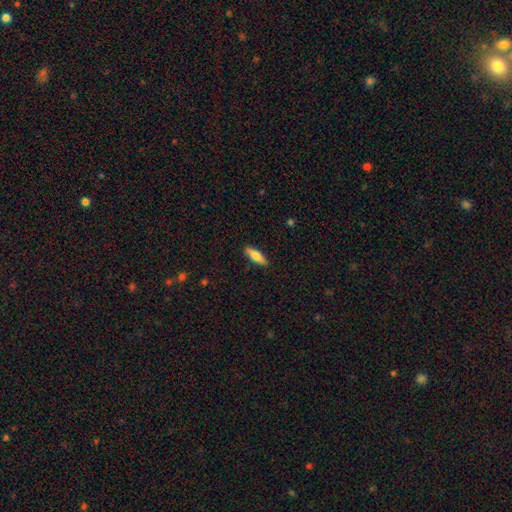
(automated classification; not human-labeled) Smooth or featured? Predicted: smooth (p=0.70). How rounded? Predicted: cigar-shaped (p=0.54). Merging? Predicted: none (p=0.88).